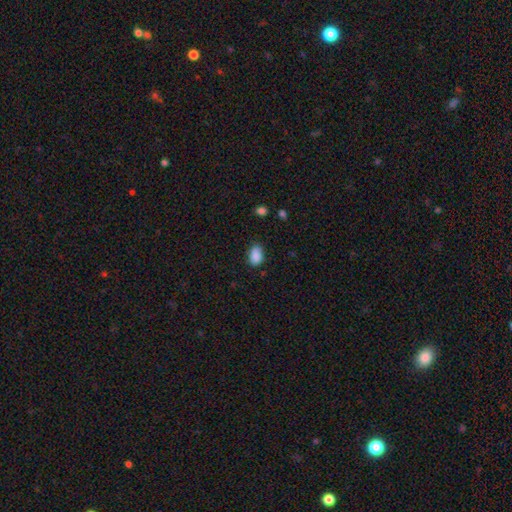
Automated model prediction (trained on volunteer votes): Q: Smooth or featured?
A: smooth (89%); runner-up: star or artifact (8%)
Q: How rounded?
A: in between (88%); runner-up: round (11%)
Q: Merging?
A: none (80%); runner-up: minor disturbance (16%)